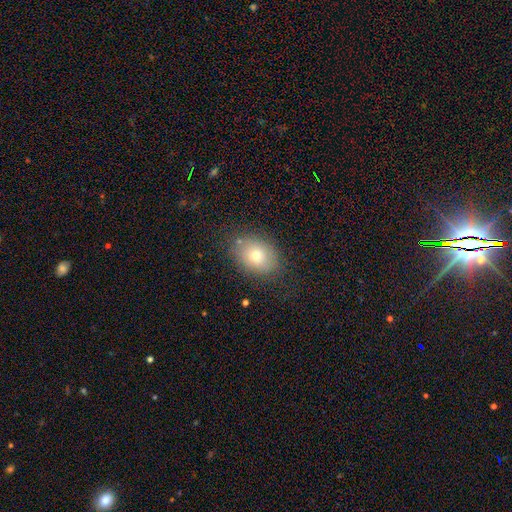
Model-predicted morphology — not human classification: Smooth or featured?
  - smooth: 72% *
  - featured or disk: 17%
  - star or artifact: 12%
How rounded?
  - in between: 63% *
  - round: 36%
  - cigar-shaped: 1%
Merging?
  - none: 79% *
  - minor disturbance: 14%
  - major disturbance: 5%
  - merger: 2%